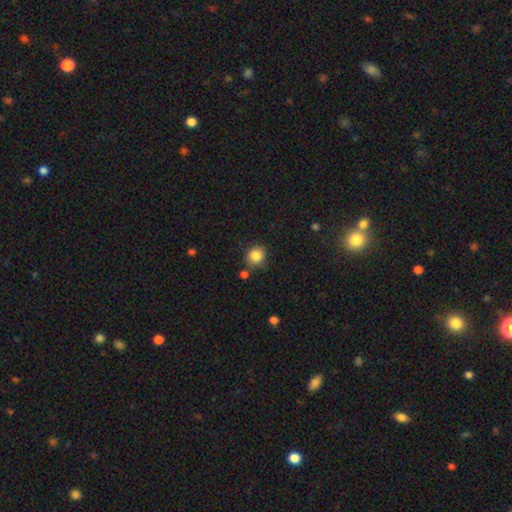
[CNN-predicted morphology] Smooth or featured? smooth (86%)
How rounded? round (79%)
Merging? none (77%)